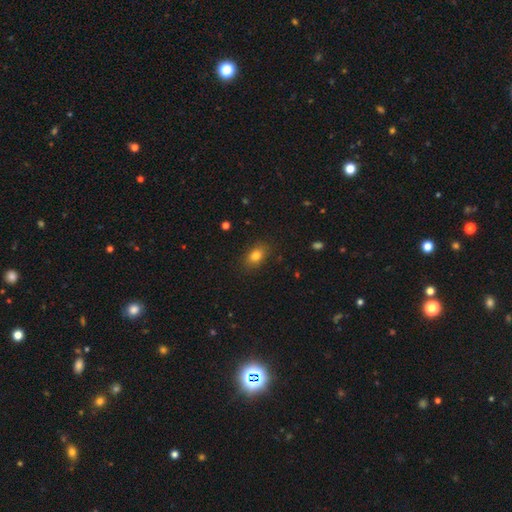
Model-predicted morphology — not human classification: smooth-or-featured: smooth: 81% | star or artifact: 10% | featured or disk: 8%
  how-rounded: in between: 81% | round: 17% | cigar-shaped: 2%
  merging: none: 85% | minor disturbance: 11% | major disturbance: 3% | merger: 1%